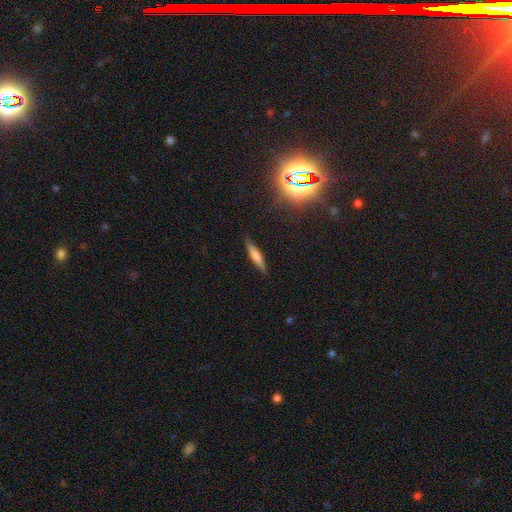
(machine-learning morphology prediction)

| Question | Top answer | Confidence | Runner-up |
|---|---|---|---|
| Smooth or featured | smooth | 59% | featured or disk (31%) |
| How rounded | cigar-shaped | 88% | in between (10%) |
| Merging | none | 87% | minor disturbance (10%) |